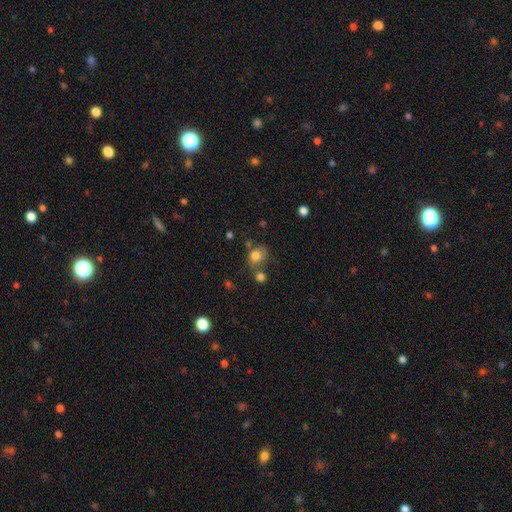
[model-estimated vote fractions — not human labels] This is likely a smooth galaxy (78%). How rounded: likely round (64%). Merging: possibly none (53%).